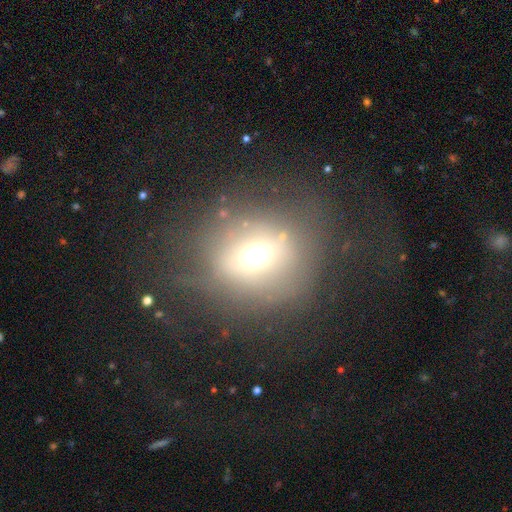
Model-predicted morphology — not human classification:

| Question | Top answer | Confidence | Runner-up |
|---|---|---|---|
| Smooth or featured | smooth | 53% | featured or disk (26%) |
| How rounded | round | 80% | in between (19%) |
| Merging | none | 62% | minor disturbance (18%) |